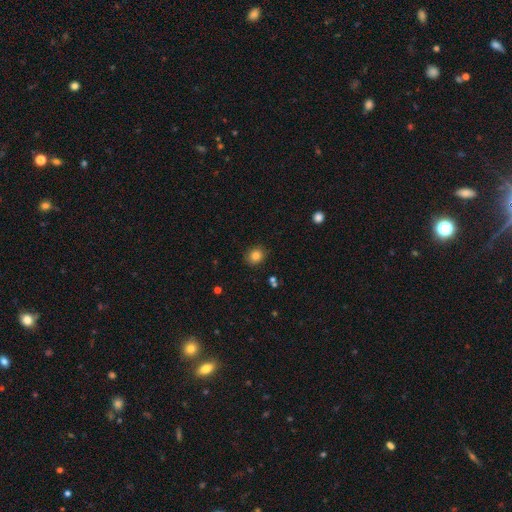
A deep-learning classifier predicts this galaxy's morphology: This is clearly a smooth galaxy (83%). How rounded: likely round (77%). Merging: clearly none (86%).